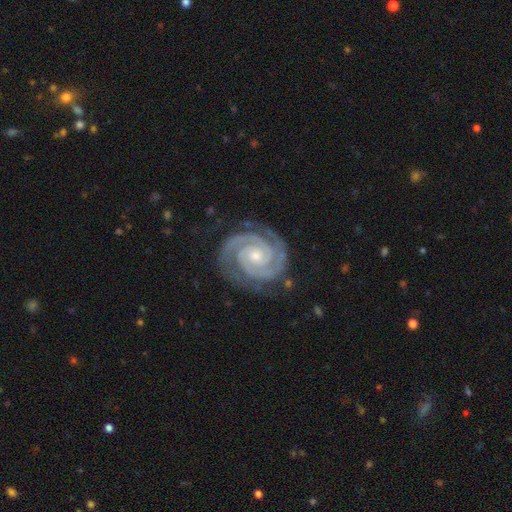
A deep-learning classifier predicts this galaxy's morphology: Smooth or featured? Predicted: featured or disk (p=0.95). Edge-on disk? Predicted: no (p=0.98). Bar? Predicted: no (p=0.68). Spiral arms? Predicted: yes (p=0.99). Spiral winding? Predicted: tight (p=0.84). Spiral arm count? Predicted: 2 (p=0.87). Bulge size? Predicted: small (p=0.56). Merging? Predicted: none (p=0.84).